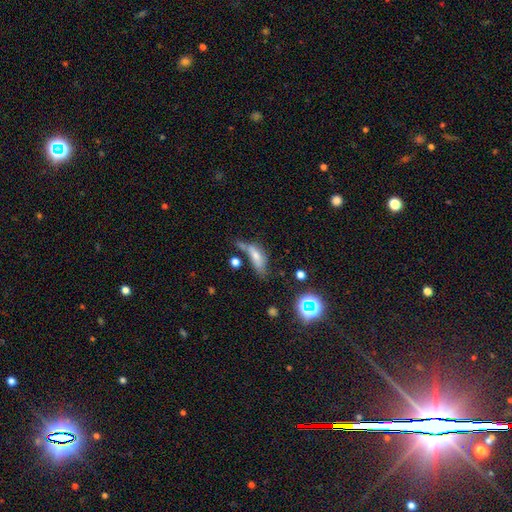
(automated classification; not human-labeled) smooth 59%, featured or disk 28%, star or artifact 13%. Down the decision tree: how rounded — in between (64%); merging — none (28%).